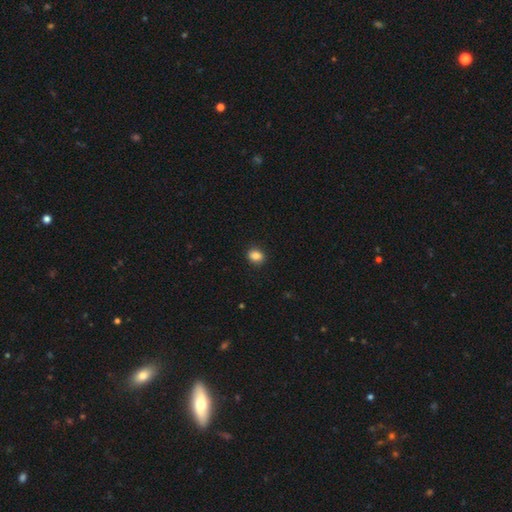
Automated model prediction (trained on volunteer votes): A smooth galaxy with no disk features (85%) that is round (54%). Merging: none (90%).